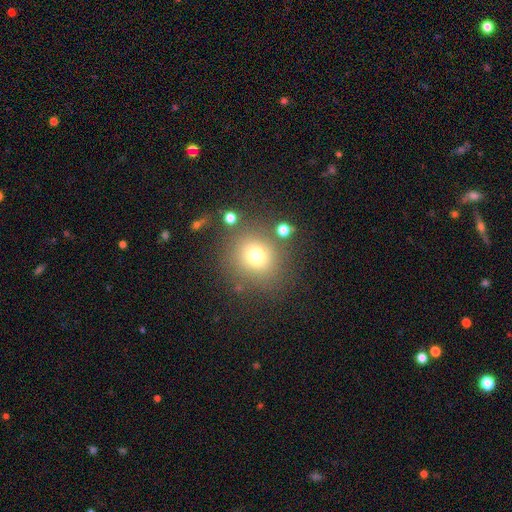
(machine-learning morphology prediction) Smooth or featured? Predicted: smooth (p=0.72). How rounded? Predicted: round (p=0.86). Merging? Predicted: none (p=0.78).